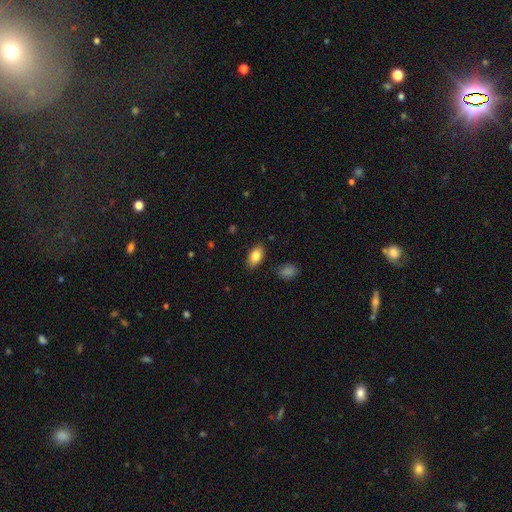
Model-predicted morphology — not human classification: Smooth or featured?
  - smooth: 84% *
  - featured or disk: 9%
  - star or artifact: 7%
How rounded?
  - in between: 91% *
  - round: 6%
  - cigar-shaped: 3%
Merging?
  - none: 86% *
  - minor disturbance: 10%
  - major disturbance: 2%
  - merger: 2%